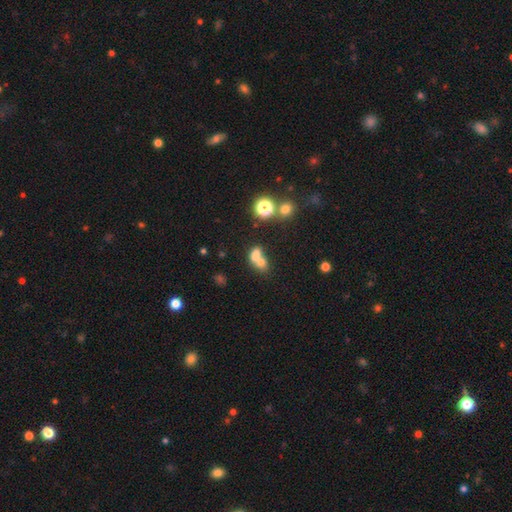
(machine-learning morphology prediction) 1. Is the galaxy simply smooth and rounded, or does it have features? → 69% smooth, 16% star or artifact, 15% featured or disk.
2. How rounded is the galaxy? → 57% in between, 42% round, 2% cigar-shaped.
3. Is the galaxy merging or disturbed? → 62% merger, 26% none, 7% minor disturbance, 5% major disturbance.